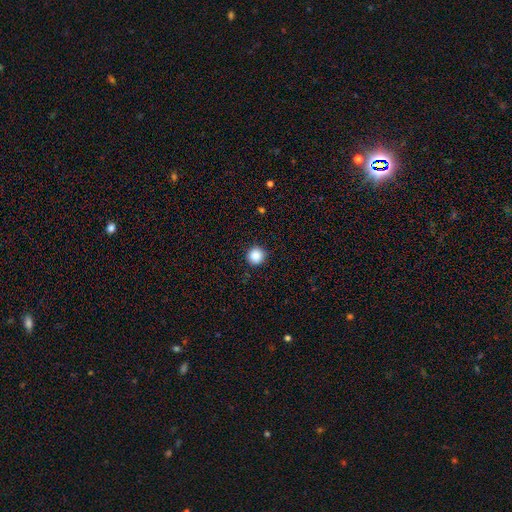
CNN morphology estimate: This appears to be a smooth galaxy with no disk features (88%) that is round (96%). Merging: none (91%).